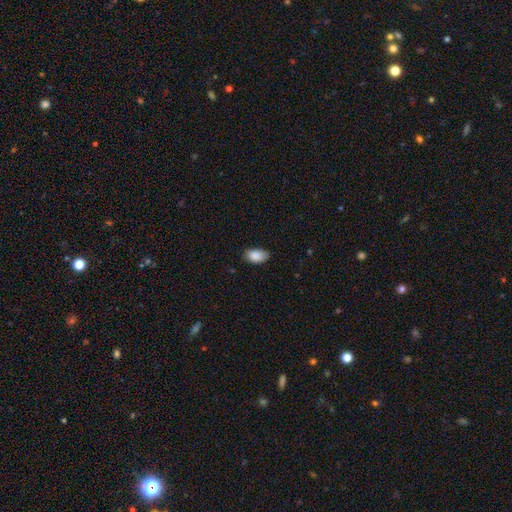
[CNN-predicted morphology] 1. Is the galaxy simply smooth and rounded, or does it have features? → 88% smooth, 7% star or artifact, 5% featured or disk.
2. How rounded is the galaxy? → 93% in between, 5% round, 2% cigar-shaped.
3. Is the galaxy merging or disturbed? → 72% none, 24% minor disturbance, 4% major disturbance, 1% merger.